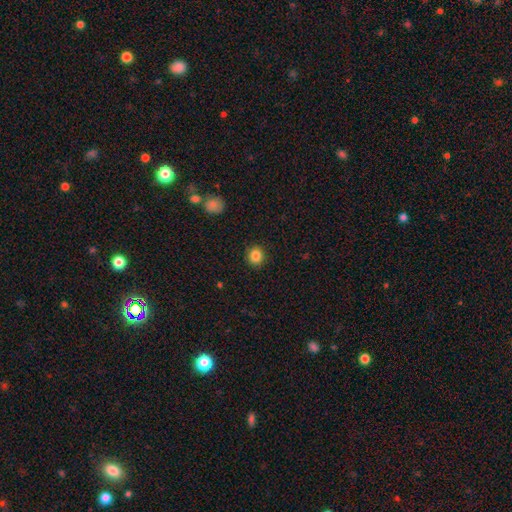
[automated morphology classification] smooth_or_featured: smooth (p=0.85) [alt: star or artifact p=0.10]
how_rounded: round (p=0.85) [alt: in between p=0.14]
merging: none (p=0.91) [alt: minor disturbance p=0.06]